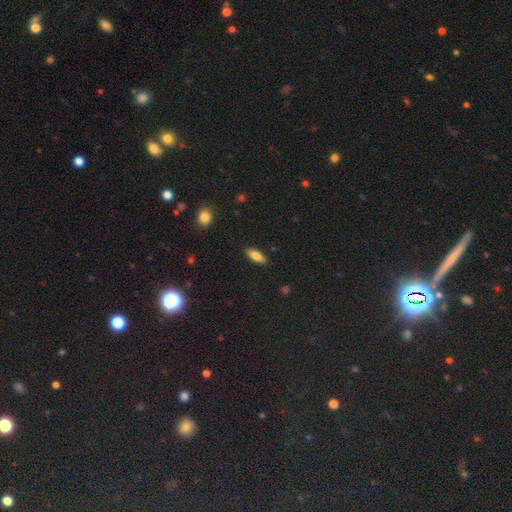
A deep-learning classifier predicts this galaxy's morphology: smooth 79%, featured or disk 13%, star or artifact 8%. Down the decision tree: how rounded — in between (74%); merging — none (88%).